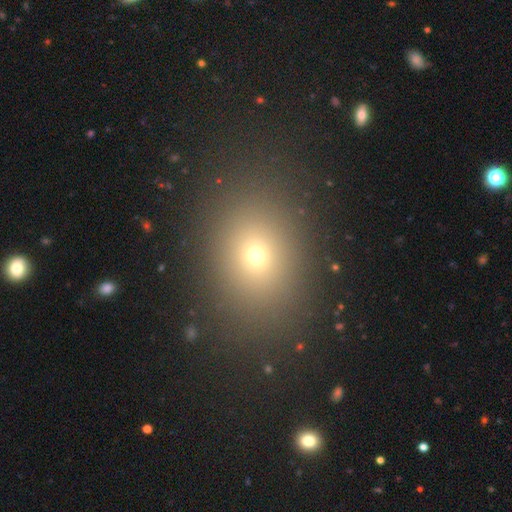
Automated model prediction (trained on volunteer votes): The model was most divided on "how rounded": in between: 56%, round: 43%, cigar-shaped: 1%. More confident: merging — none (87%); smooth or featured — smooth (69%).